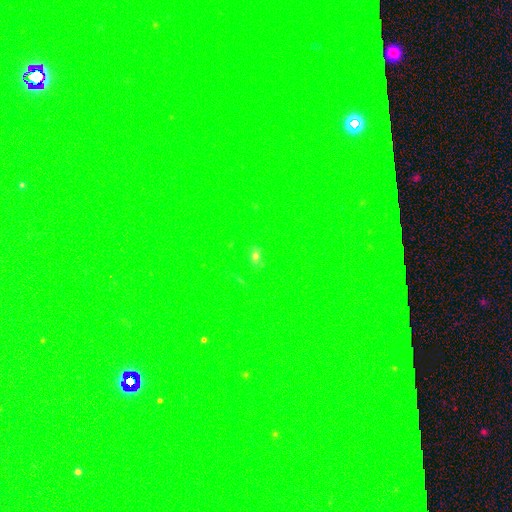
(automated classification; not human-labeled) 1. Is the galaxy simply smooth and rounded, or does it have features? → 81% star or artifact, 11% smooth, 9% featured or disk.